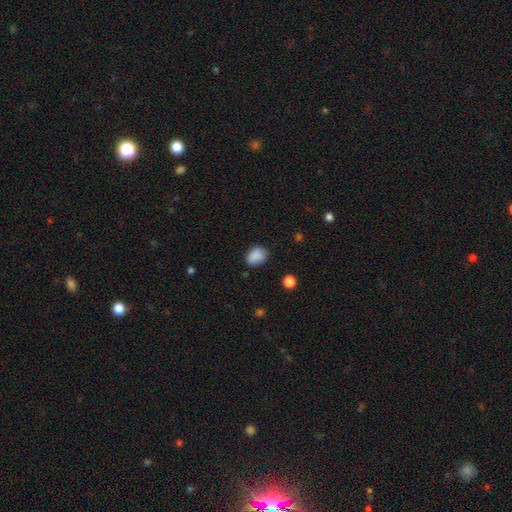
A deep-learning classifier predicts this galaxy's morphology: This appears to be a smooth galaxy with no disk features (88%) that is in between round and cigar-shaped (67%). Merging: none (78%).